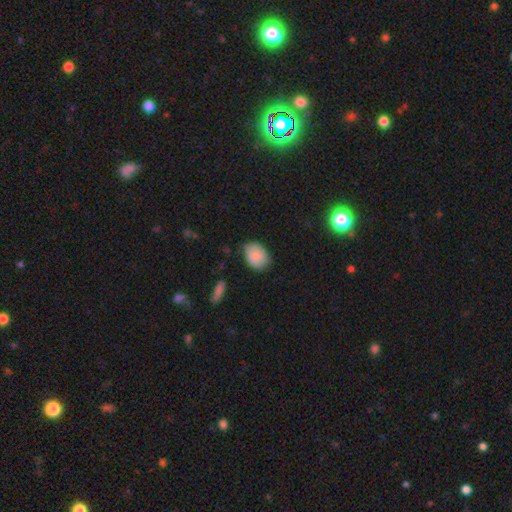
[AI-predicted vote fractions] smooth_or_featured: smooth (p=0.87) [alt: star or artifact p=0.07]
how_rounded: in between (p=0.75) [alt: round p=0.24]
merging: none (p=0.70) [alt: minor disturbance p=0.24]